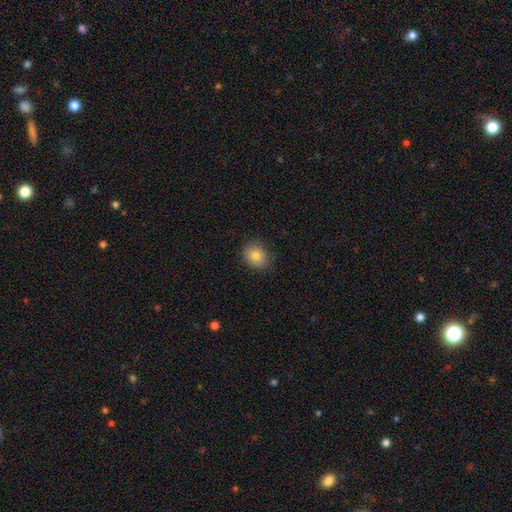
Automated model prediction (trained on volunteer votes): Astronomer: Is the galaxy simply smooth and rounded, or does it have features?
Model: smooth — 80%.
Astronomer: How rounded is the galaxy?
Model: round — 64%.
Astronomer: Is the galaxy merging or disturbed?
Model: none — 83%.